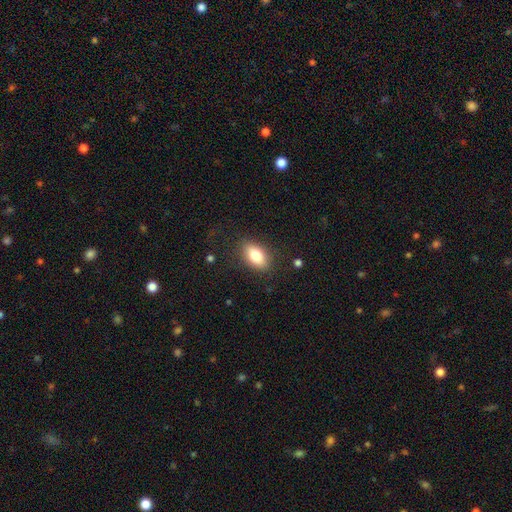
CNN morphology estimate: Q: Smooth or featured?
A: smooth (80%); runner-up: featured or disk (12%)
Q: How rounded?
A: in between (88%); runner-up: round (9%)
Q: Merging?
A: none (84%); runner-up: minor disturbance (11%)